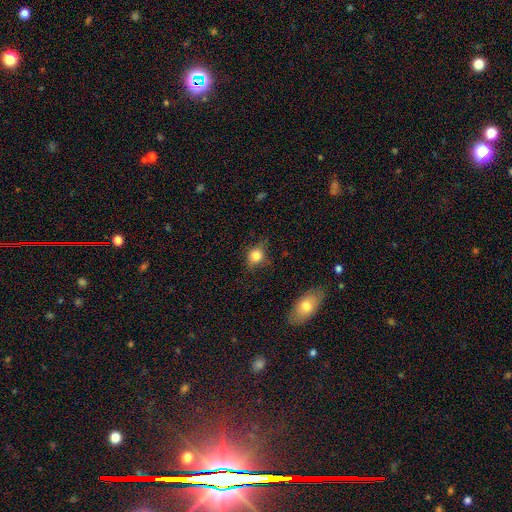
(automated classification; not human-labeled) Q: Smooth or featured?
A: smooth (80%); runner-up: star or artifact (11%)
Q: How rounded?
A: round (64%); runner-up: in between (34%)
Q: Merging?
A: none (70%); runner-up: minor disturbance (22%)